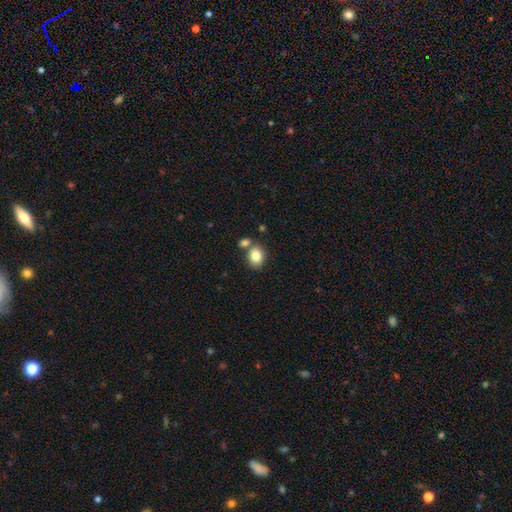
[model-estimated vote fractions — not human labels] A smooth galaxy with no disk features (83%) that is in between round and cigar-shaped (60%).

Vote fractions:
- Smooth or featured? smooth: 83% / star or artifact: 9% / featured or disk: 8%
- How rounded? in between: 60% / round: 40% / cigar-shaped: 1%
- Merging? none: 61% / merger: 25% / minor disturbance: 11% / major disturbance: 3%